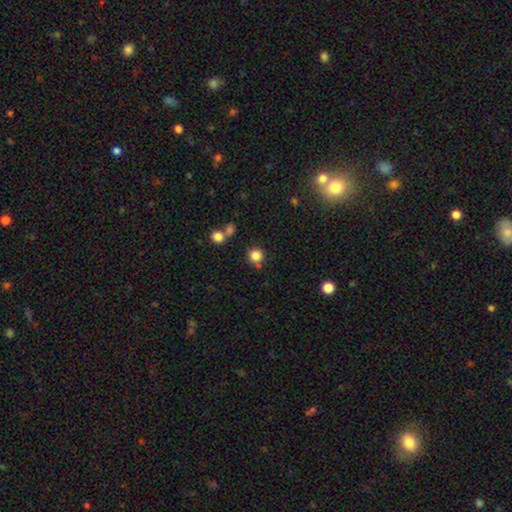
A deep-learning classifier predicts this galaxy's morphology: This appears to be a smooth galaxy with no disk features (83%) that is round (93%). Merging: none (75%).